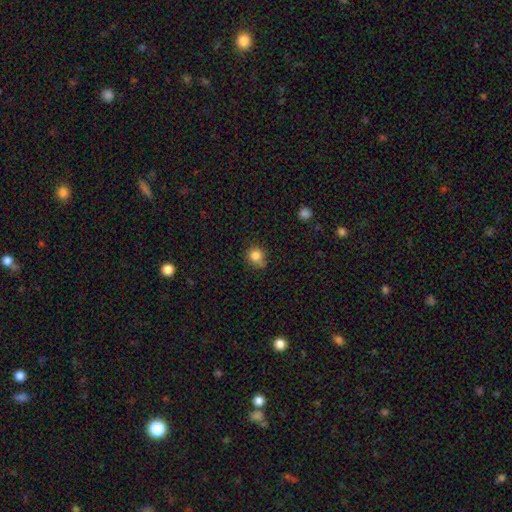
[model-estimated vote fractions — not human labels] This is clearly a smooth galaxy (83%). How rounded: clearly round (84%). Merging: likely none (66%).